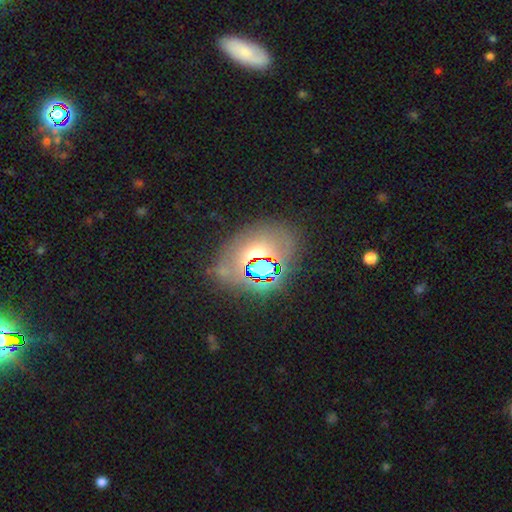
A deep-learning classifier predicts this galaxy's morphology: A star or artifact, not a galaxy (41%).

Vote fractions:
- Smooth or featured? star or artifact: 41% / smooth: 37% / featured or disk: 22%